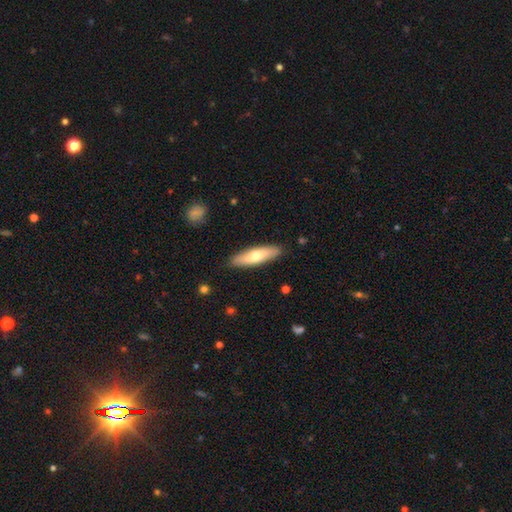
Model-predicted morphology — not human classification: Smooth or featured? Predicted: smooth (p=0.62). How rounded? Predicted: cigar-shaped (p=0.66). Merging? Predicted: none (p=0.89).